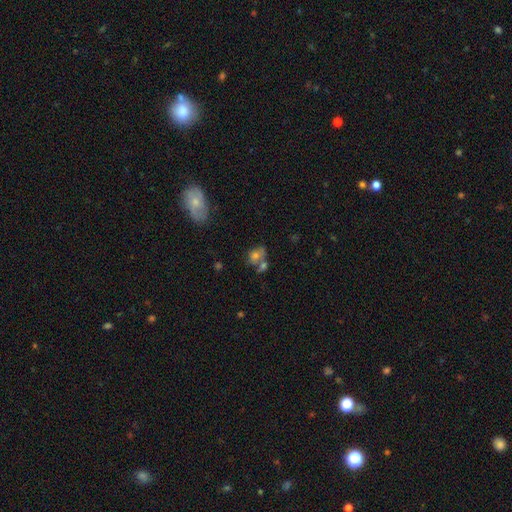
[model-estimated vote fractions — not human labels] The model was most divided on "how rounded": in between: 50%, round: 49%, cigar-shaped: 2%. Remaining: smooth or featured — smooth (65%); merging — merger (42%).